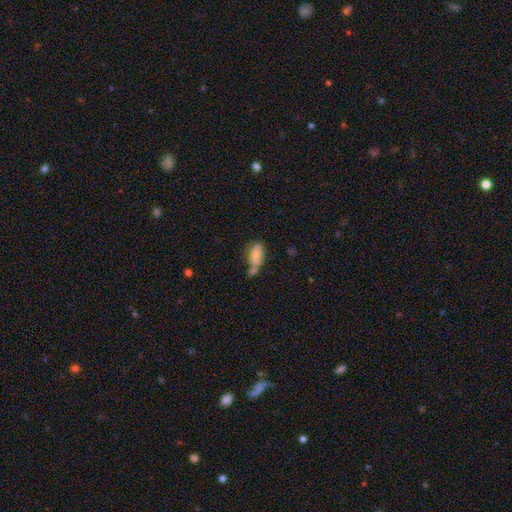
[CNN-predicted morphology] type=smooth (72%); roundness=in between (89%); merging=merger (42%).